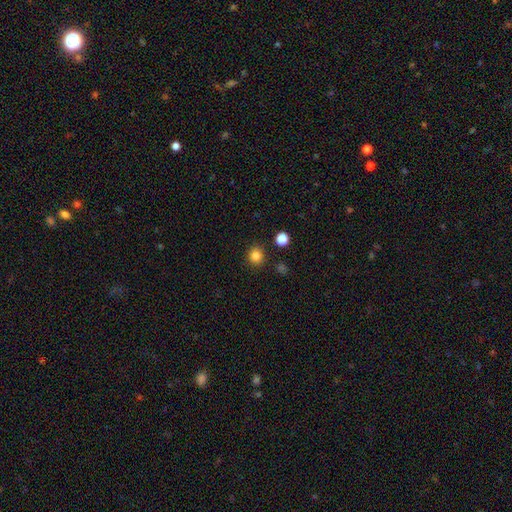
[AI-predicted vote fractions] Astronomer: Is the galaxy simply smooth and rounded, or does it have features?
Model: smooth — 84%.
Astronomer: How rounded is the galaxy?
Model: round — 89%.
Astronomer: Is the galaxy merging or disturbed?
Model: none — 89%.